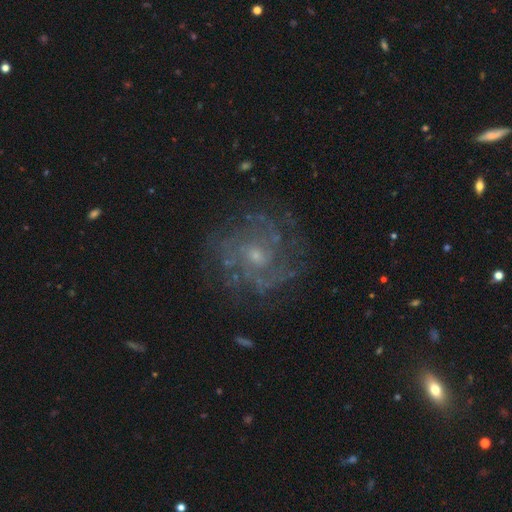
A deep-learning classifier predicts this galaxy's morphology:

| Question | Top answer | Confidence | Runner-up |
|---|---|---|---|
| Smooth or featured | featured or disk | 81% | smooth (10%) |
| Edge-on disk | no | 98% | yes (2%) |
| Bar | no | 73% | weak (24%) |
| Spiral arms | yes | 88% | no (12%) |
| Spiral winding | tight | 52% | medium (37%) |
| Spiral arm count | can't tell | 39% | 3 (18%) |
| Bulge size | small | 61% | moderate (33%) |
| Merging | none | 72% | minor disturbance (16%) |